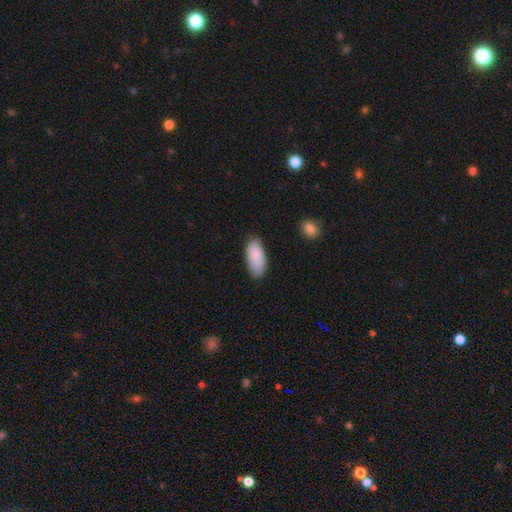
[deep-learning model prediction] A smooth galaxy with no disk features (88%) that is in between round and cigar-shaped (89%).

Vote fractions:
- Smooth or featured? smooth: 88% / featured or disk: 6% / star or artifact: 6%
- How rounded? in between: 89% / cigar-shaped: 9% / round: 2%
- Merging? none: 77% / minor disturbance: 19% / major disturbance: 3% / merger: 2%